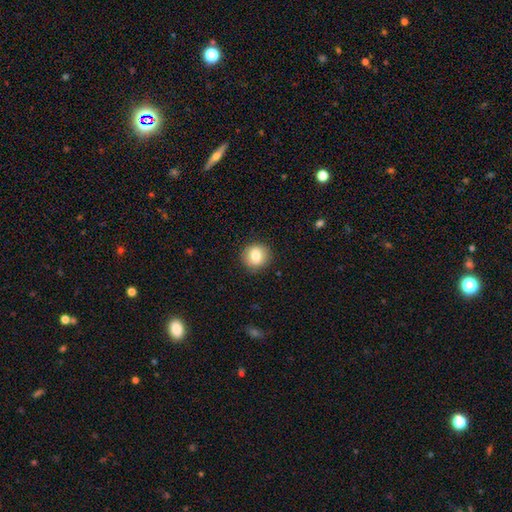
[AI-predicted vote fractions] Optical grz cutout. It shows a smooth galaxy with no disk features (81%) that is round (86%). Merging: none (89%).